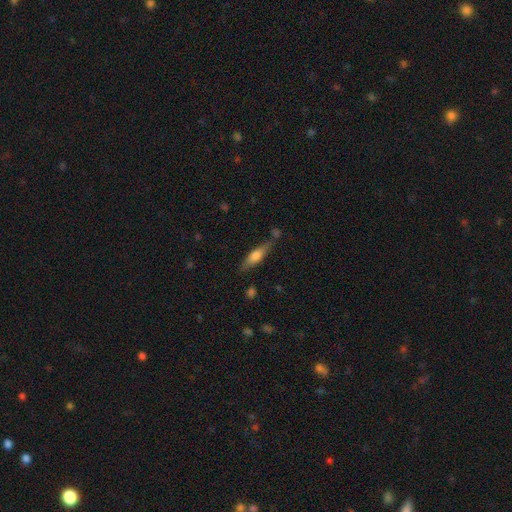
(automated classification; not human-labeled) smooth 57%, featured or disk 36%, star or artifact 6%. Down the decision tree: how rounded — cigar-shaped (66%); merging — none (73%).